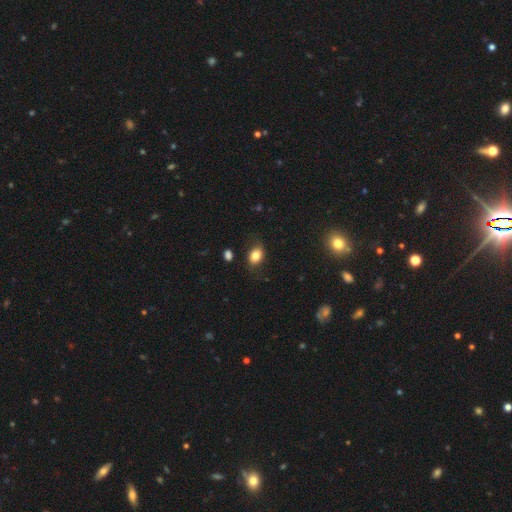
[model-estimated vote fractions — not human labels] A smooth galaxy with no disk features (81%) that is in between round and cigar-shaped (71%). Merging: none (76%).